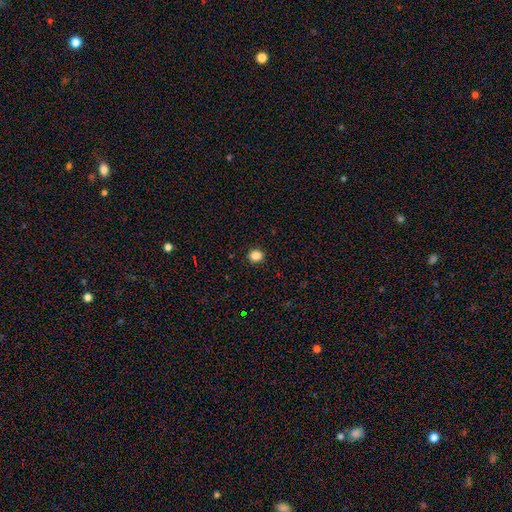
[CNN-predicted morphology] Smooth or featured?
  - smooth: 85% *
  - star or artifact: 11%
  - featured or disk: 3%
How rounded?
  - round: 84% *
  - in between: 15%
  - cigar-shaped: 1%
Merging?
  - none: 92% *
  - minor disturbance: 5%
  - major disturbance: 2%
  - merger: 1%